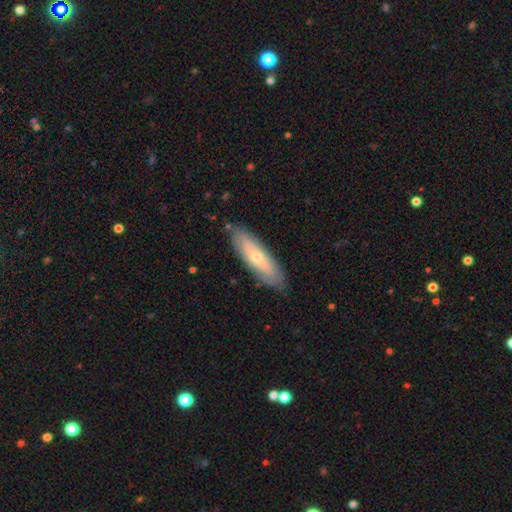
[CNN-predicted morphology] A featured or disk galaxy (53%).

Vote fractions:
- Smooth or featured? featured or disk: 53% / smooth: 41% / star or artifact: 6%
- Edge-on disk? no: 62% / yes: 38%
- Merging? none: 84% / minor disturbance: 12% / major disturbance: 3% / merger: 1%